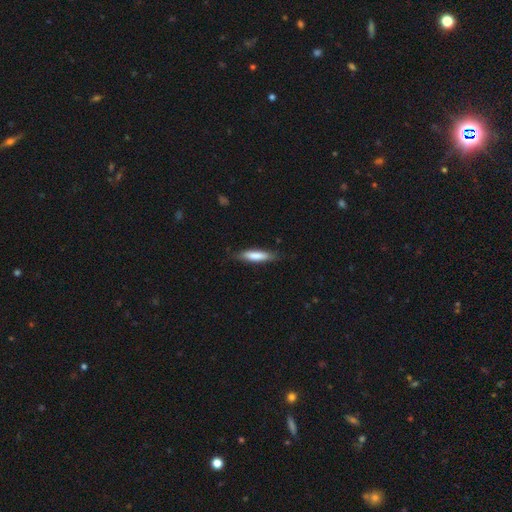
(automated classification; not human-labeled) smooth 75%, featured or disk 19%, star or artifact 5%. Down the decision tree: how rounded — cigar-shaped (76%); merging — none (79%).